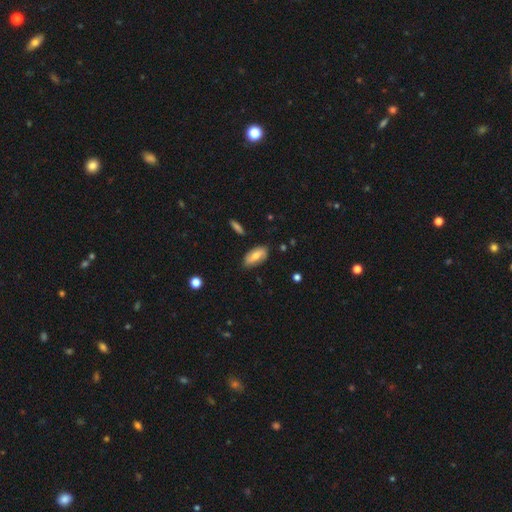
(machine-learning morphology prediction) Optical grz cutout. It shows a smooth galaxy with no disk features (60%) that is in between round and cigar-shaped (89%). Merging: none (74%).